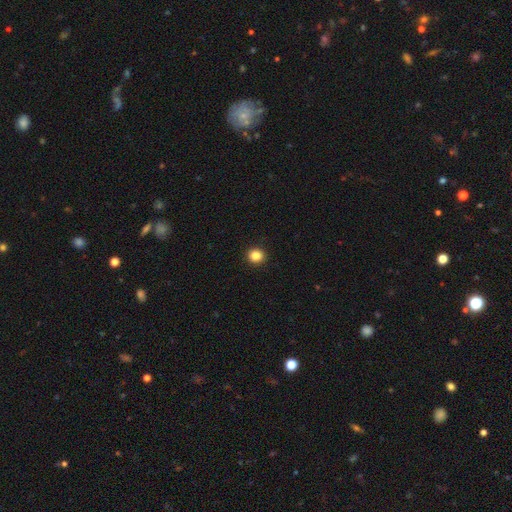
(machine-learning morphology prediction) This appears to be a smooth galaxy with no disk features (86%) that is round (88%). Merging: none (93%).